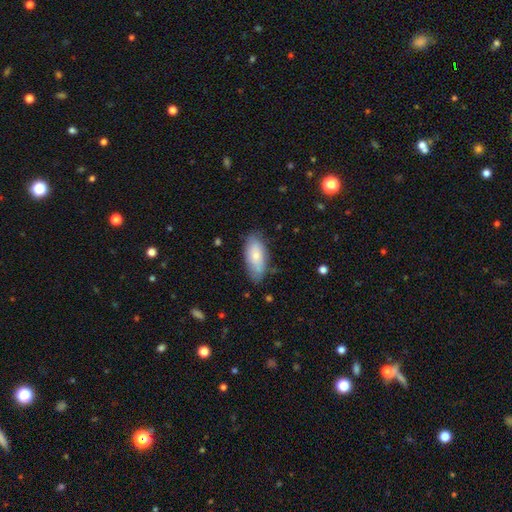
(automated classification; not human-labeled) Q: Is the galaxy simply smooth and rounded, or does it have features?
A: smooth — 74%.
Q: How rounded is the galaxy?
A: in between — 86%.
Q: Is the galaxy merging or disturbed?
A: none — 73%.